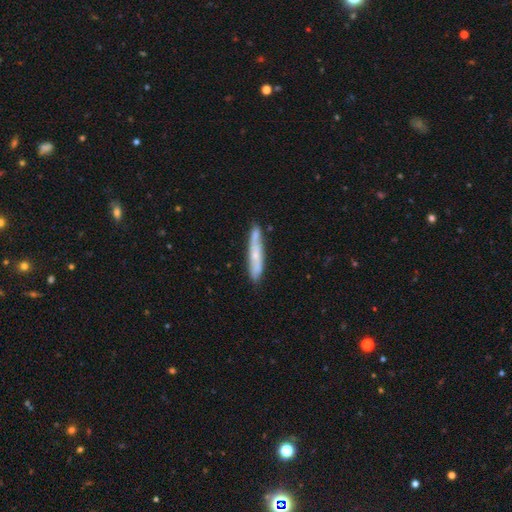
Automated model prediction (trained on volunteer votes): Morphology: type=featured or disk (48%); merging=none (75%).